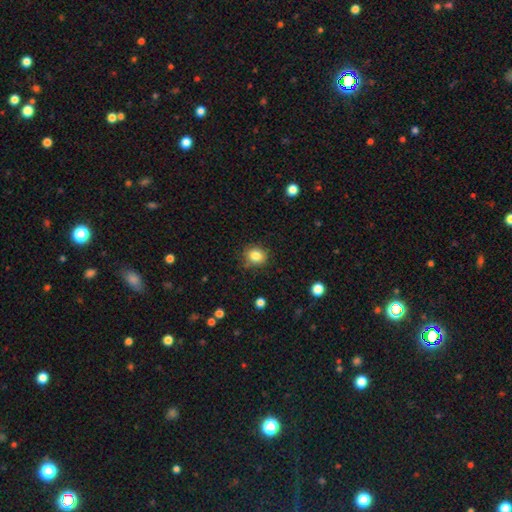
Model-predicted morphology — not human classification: A smooth galaxy with no disk features (84%) that is round (71%).

Vote fractions:
- Smooth or featured? smooth: 84% / star or artifact: 10% / featured or disk: 6%
- How rounded? round: 71% / in between: 28% / cigar-shaped: 1%
- Merging? none: 80% / minor disturbance: 15% / major disturbance: 3% / merger: 2%